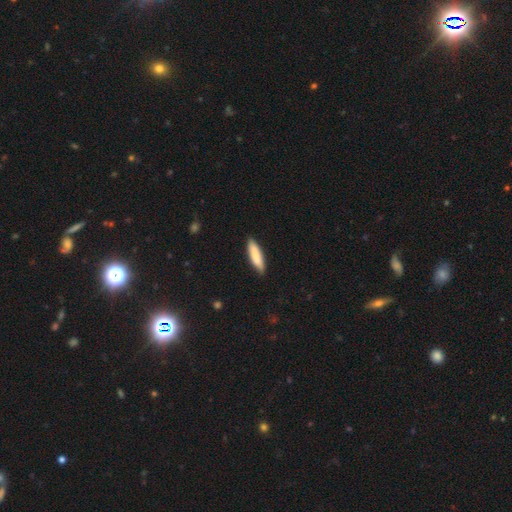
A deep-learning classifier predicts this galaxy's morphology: Smooth or featured? smooth (83%)
How rounded? cigar-shaped (71%)
Merging? none (87%)